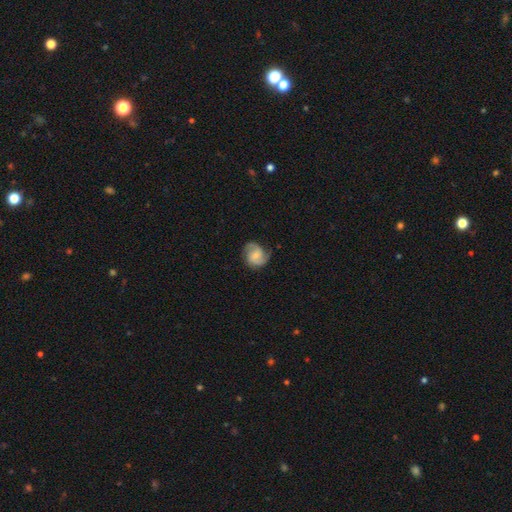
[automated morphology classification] Smooth or featured? Predicted: featured or disk (p=0.65). Edge-on disk? Predicted: no (p=0.98). Bar? Predicted: no (p=0.47). Spiral arms? Predicted: yes (p=0.93). Spiral winding? Predicted: medium (p=0.48). Spiral arm count? Predicted: 2 (p=0.82). Bulge size? Predicted: small (p=0.48). Merging? Predicted: none (p=0.72).